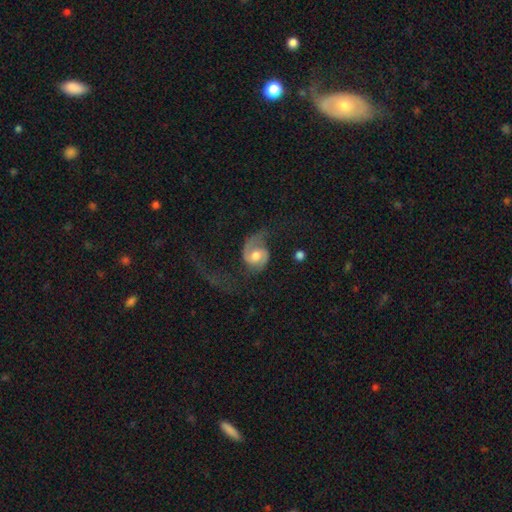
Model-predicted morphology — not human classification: smooth-or-featured: featured or disk: 78% | smooth: 16% | star or artifact: 6%
  disk-edge-on: no: 97% | yes: 3%
    bar: no: 54% | weak: 37% | strong: 9%
    has-spiral-arms: yes: 93% | no: 7%
      spiral-winding: loose: 52% | medium: 36% | tight: 12%
      spiral-arm-count: 2: 84% | 1: 10% | can't tell: 4% | 3: 1% | 4: 1% | more than 4: 1%
    bulge-size: moderate: 67% | large: 19% | small: 10% | none: 2% | dominant: 2%
  merging: none: 44% | major disturbance: 36% | minor disturbance: 17% | merger: 3%